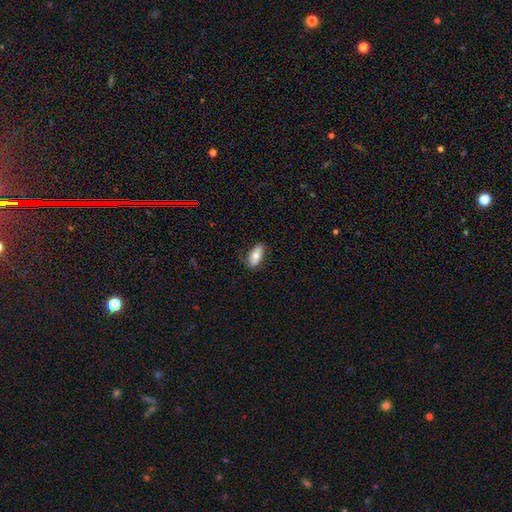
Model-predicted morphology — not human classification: This appears to be a smooth galaxy with no disk features (71%) that is in between round and cigar-shaped (89%). Merging: none (80%).